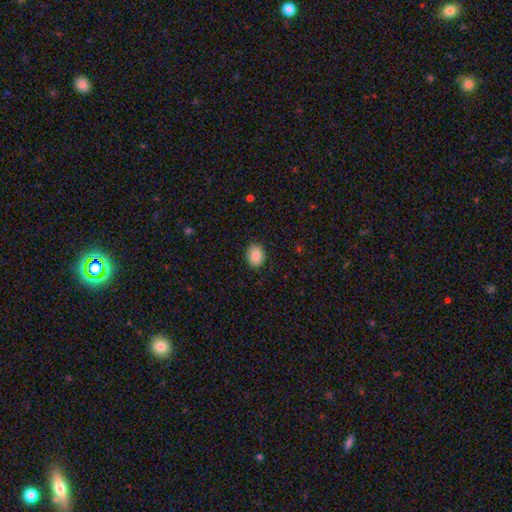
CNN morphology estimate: Smooth or featured: smooth — 89% (star or artifact — 8%)
How rounded: in between — 63% (round — 36%)
Merging: none — 89% (minor disturbance — 8%)